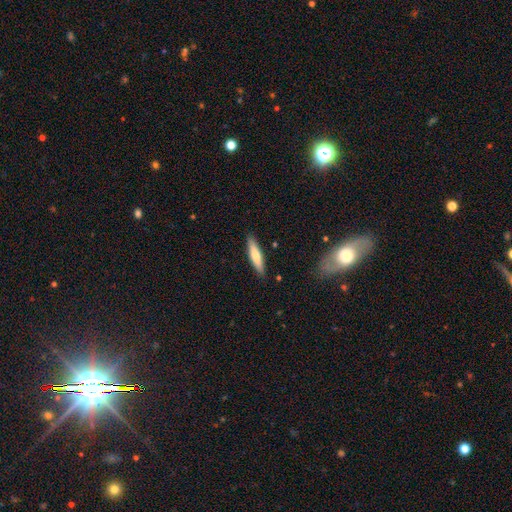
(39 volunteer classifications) smooth 67%, featured or disk 33%, star or artifact 0%. Down the decision tree: how rounded — cigar-shaped (77%); merging — none (90%).